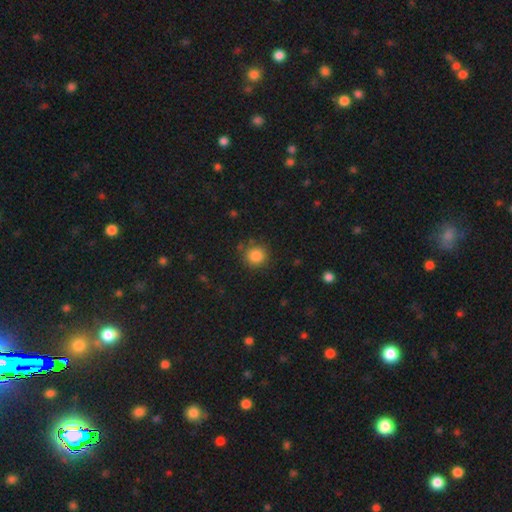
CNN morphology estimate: This appears to be a smooth galaxy with no disk features (85%) that is round (92%). Merging: none (85%).